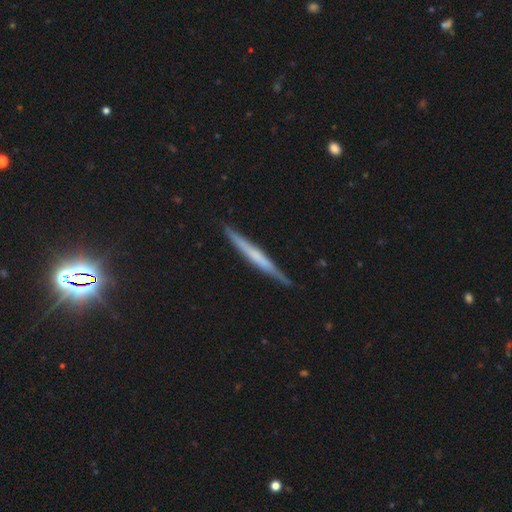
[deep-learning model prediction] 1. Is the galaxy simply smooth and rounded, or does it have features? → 56% featured or disk, 38% smooth, 6% star or artifact.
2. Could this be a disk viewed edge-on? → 97% yes, 3% no.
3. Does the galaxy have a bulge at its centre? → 64% none, 23% rounded, 13% boxy.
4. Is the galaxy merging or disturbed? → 89% none, 9% minor disturbance, 1% major disturbance, 1% merger.